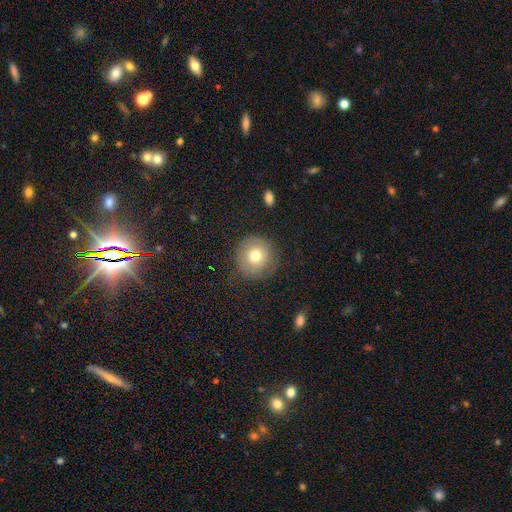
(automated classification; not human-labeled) Morphology: type=smooth (71%); roundness=round (93%); merging=none (75%).